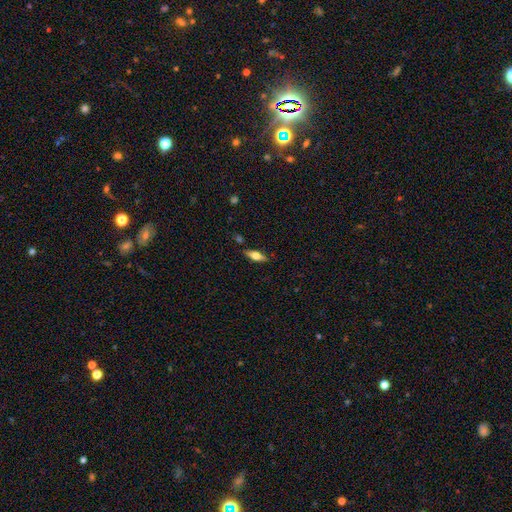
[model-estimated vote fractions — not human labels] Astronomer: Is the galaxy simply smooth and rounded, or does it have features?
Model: smooth — 52% (runner-up: featured or disk, 41%).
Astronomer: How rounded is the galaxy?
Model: in between — 62%.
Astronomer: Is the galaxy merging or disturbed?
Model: none — 84%.